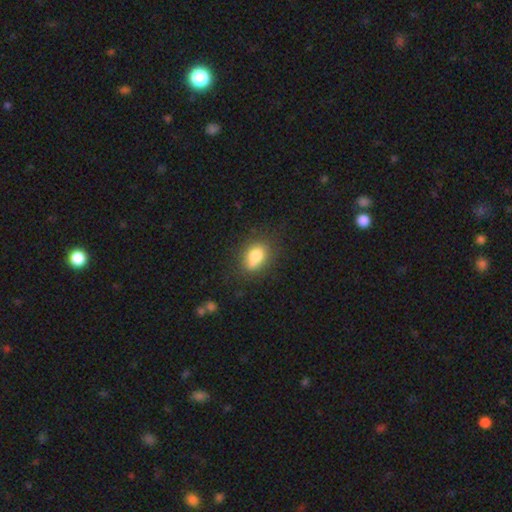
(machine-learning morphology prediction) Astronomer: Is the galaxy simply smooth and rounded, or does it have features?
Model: smooth — 78%.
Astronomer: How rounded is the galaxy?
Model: in between — 64%.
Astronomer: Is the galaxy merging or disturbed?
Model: none — 60%.